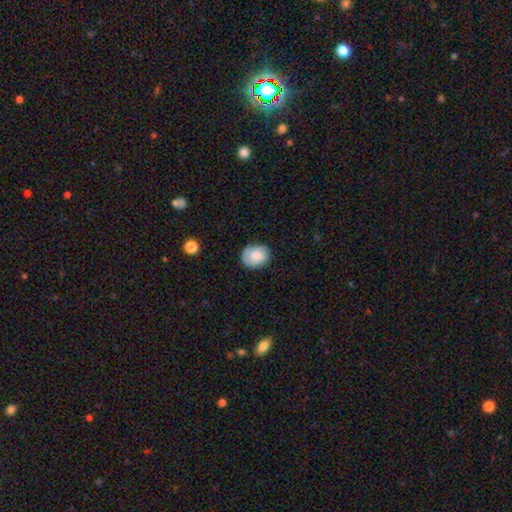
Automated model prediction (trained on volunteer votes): smooth 78%, featured or disk 15%, star or artifact 7%. Down the decision tree: how rounded — round (54%); merging — none (75%).